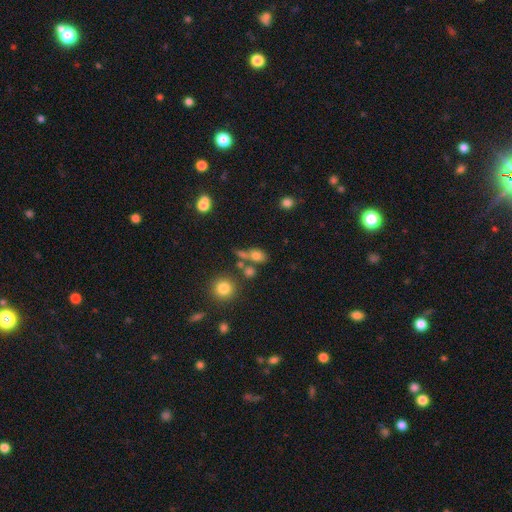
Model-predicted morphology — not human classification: Smooth or featured: smooth — 72% (star or artifact — 15%)
How rounded: in between — 65% (round — 31%)
Merging: none — 48% (merger — 29%)